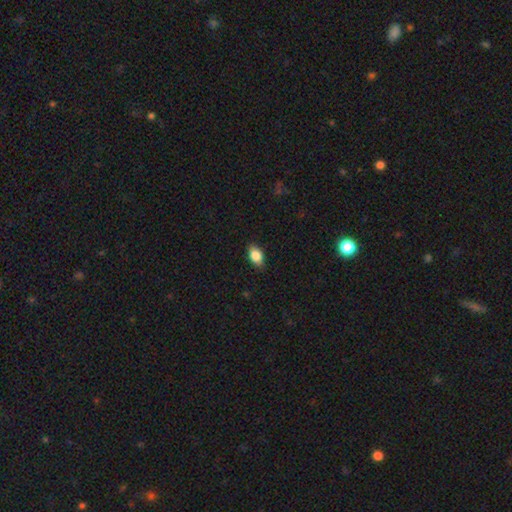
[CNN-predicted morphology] Overall: smooth (85%). How rounded: in between (89%). Merging: none (85%).